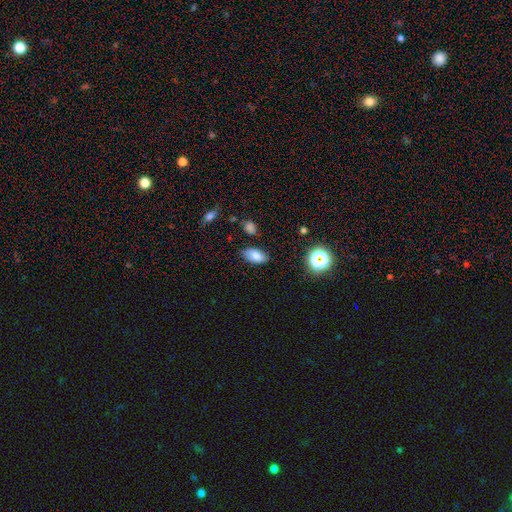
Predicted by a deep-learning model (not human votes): Q: Smooth or featured?
A: smooth (75%); runner-up: featured or disk (13%)
Q: How rounded?
A: in between (91%); runner-up: round (6%)
Q: Merging?
A: none (81%); runner-up: minor disturbance (14%)